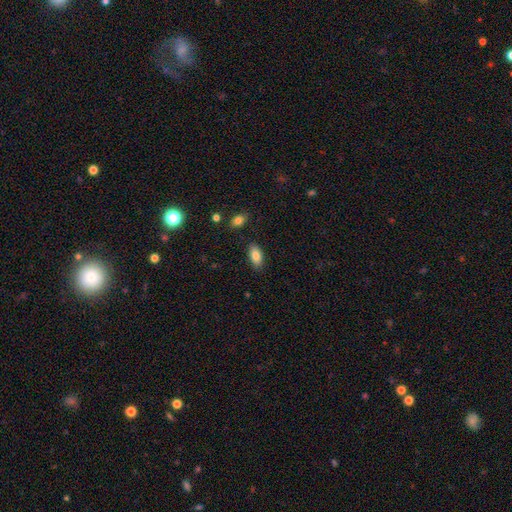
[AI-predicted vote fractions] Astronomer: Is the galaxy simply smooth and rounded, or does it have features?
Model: smooth — 83%.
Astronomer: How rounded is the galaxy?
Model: in between — 91%.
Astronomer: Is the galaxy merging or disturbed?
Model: none — 86%.